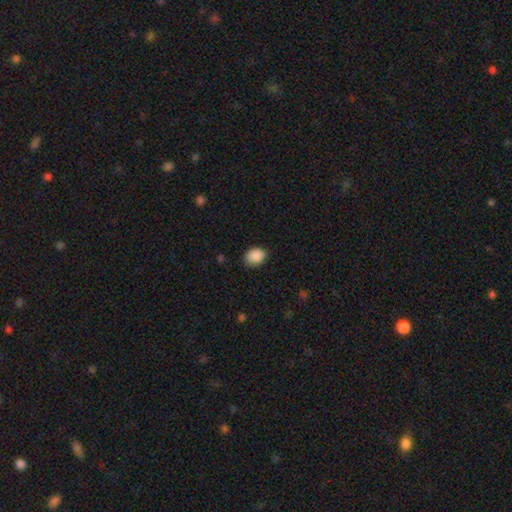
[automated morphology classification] This appears to be a smooth galaxy with no disk features (89%) that is in between round and cigar-shaped (59%). Merging: none (81%).